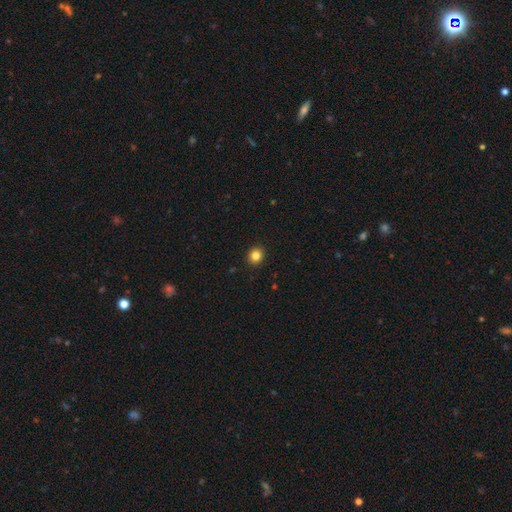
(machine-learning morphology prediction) type=smooth (84%); roundness=round (84%); merging=none (93%).